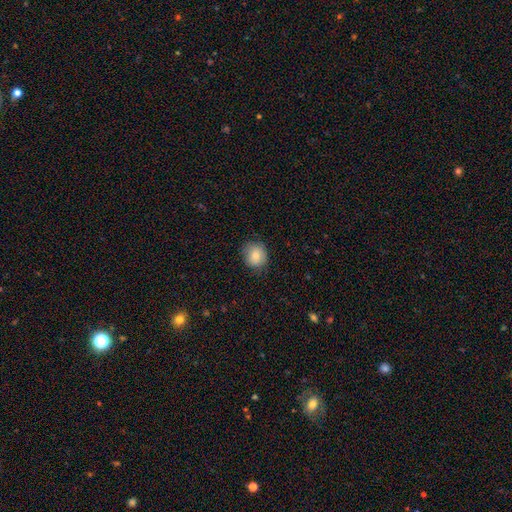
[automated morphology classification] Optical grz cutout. It shows a smooth galaxy with no disk features (85%) that is round (74%). Merging: none (80%).